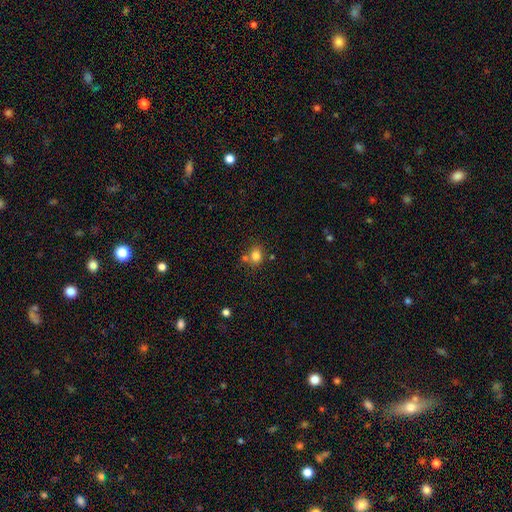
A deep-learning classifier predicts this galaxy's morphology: This is clearly a smooth galaxy (80%). How rounded: possibly round (58%). Merging: likely none (65%).